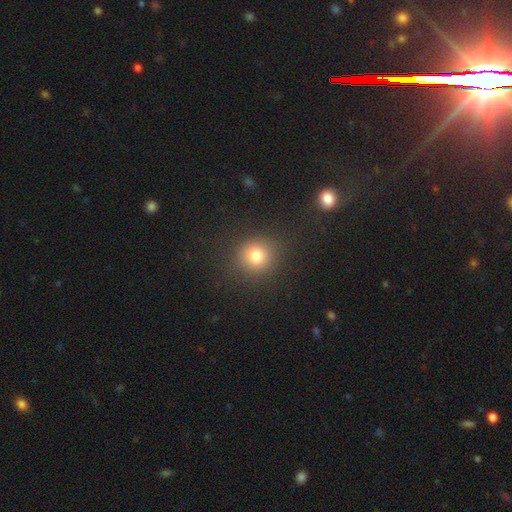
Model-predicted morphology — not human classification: The model was most divided on "smooth or featured": smooth: 78%, star or artifact: 15%, featured or disk: 8%. More confident: how rounded — round (89%); merging — none (87%).